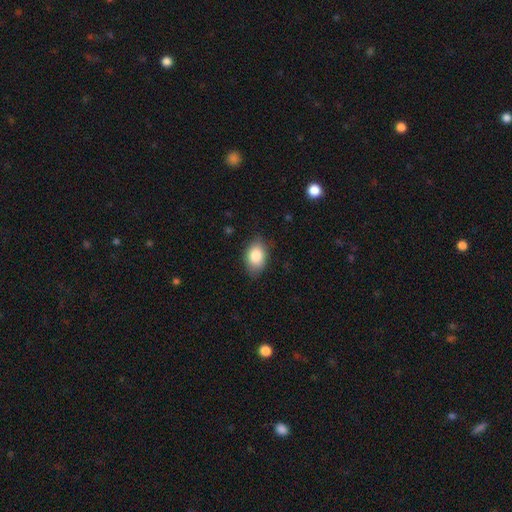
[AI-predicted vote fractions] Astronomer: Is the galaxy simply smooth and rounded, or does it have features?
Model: smooth — 85%.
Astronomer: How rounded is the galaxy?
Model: in between — 86%.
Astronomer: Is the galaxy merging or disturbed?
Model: none — 81%.